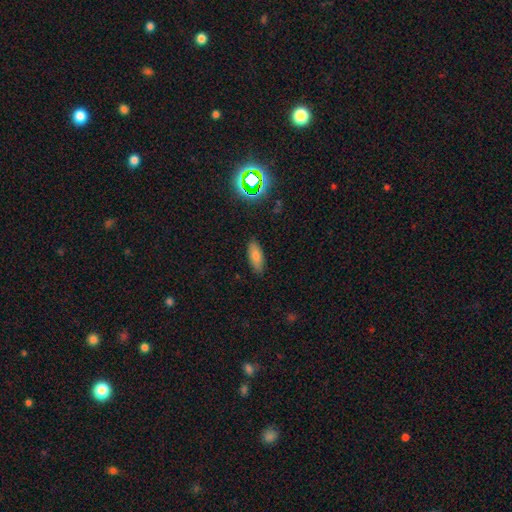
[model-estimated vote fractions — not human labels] This appears to be a smooth galaxy with no disk features (77%) that is in between round and cigar-shaped (76%). Merging: none (85%).